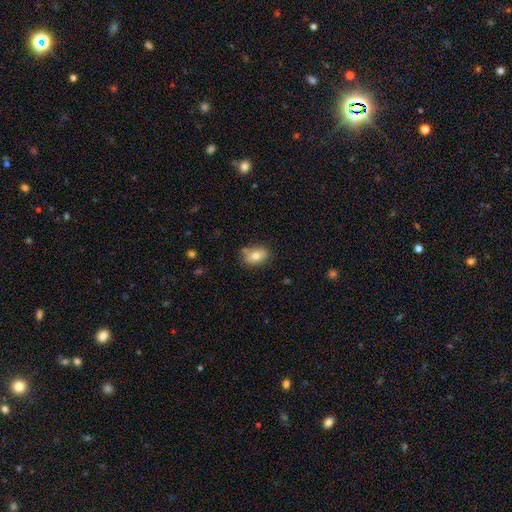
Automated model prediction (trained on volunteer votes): This is likely a smooth galaxy (77%). How rounded: clearly in between (81%). Merging: likely none (74%).